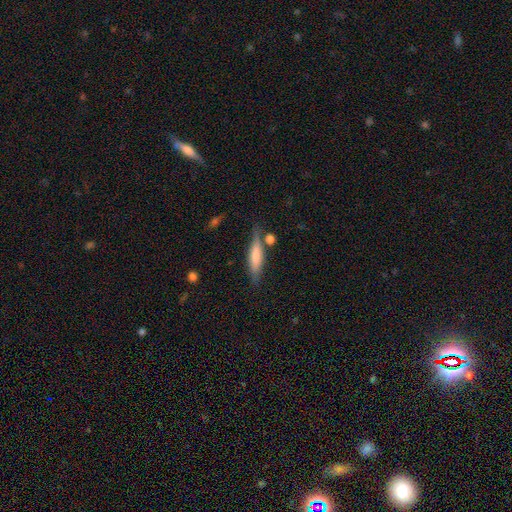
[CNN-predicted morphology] Smooth or featured? smooth (64%)
How rounded? cigar-shaped (76%)
Merging? none (69%)